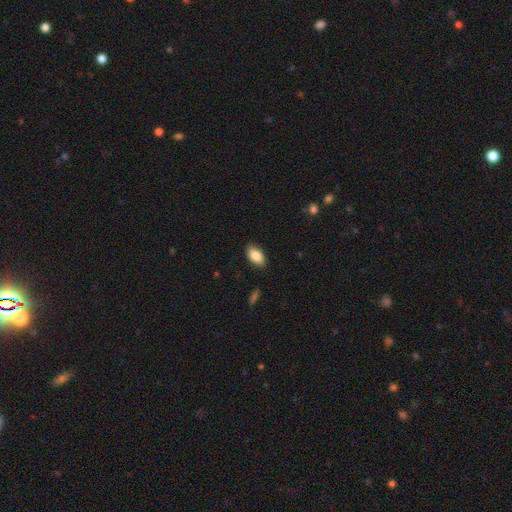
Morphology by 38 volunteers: A smooth galaxy with no disk features (92%) that is in between round and cigar-shaped (91%). Merging: none (92%).